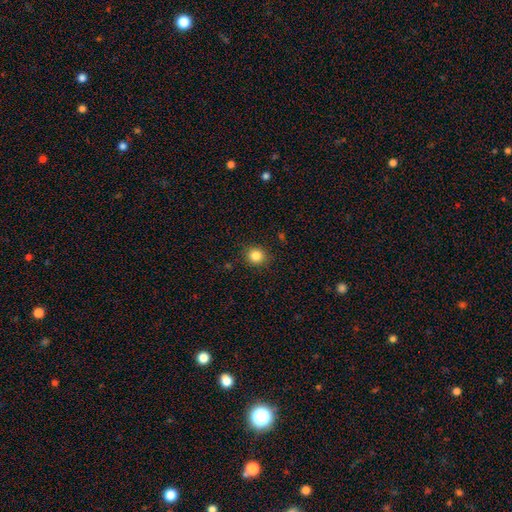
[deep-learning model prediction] Smooth or featured: smooth — 84% (star or artifact — 11%)
How rounded: round — 85% (in between — 14%)
Merging: none — 89% (minor disturbance — 8%)